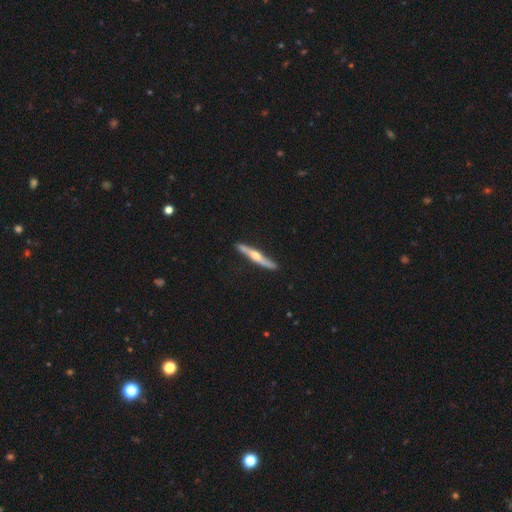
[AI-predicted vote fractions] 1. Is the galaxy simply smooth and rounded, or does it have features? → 69% featured or disk, 26% smooth, 5% star or artifact.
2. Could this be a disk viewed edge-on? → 95% yes, 5% no.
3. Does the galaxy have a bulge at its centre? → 90% rounded, 6% none, 4% boxy.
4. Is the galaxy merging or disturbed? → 87% none, 10% minor disturbance, 2% major disturbance, 2% merger.